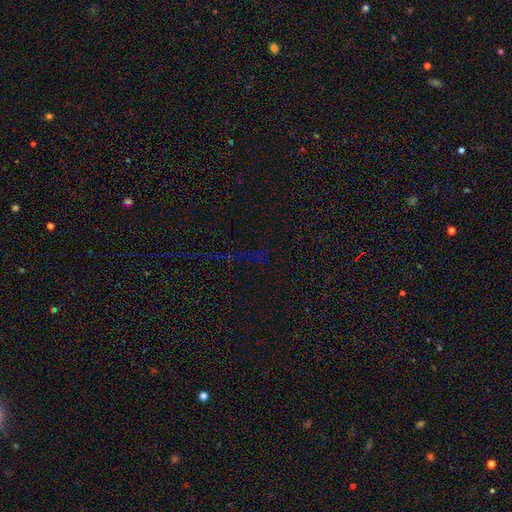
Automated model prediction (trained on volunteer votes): Q: Smooth or featured?
A: star or artifact (77%); runner-up: smooth (14%)